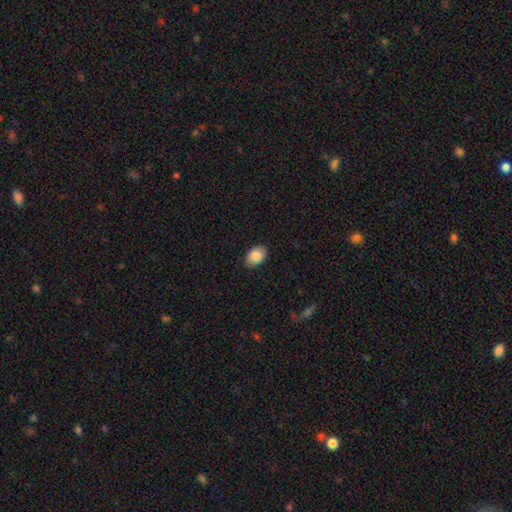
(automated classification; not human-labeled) smooth_or_featured: smooth (p=0.87) [alt: star or artifact p=0.07]
how_rounded: in between (p=0.83) [alt: round p=0.15]
merging: none (p=0.85) [alt: minor disturbance p=0.11]